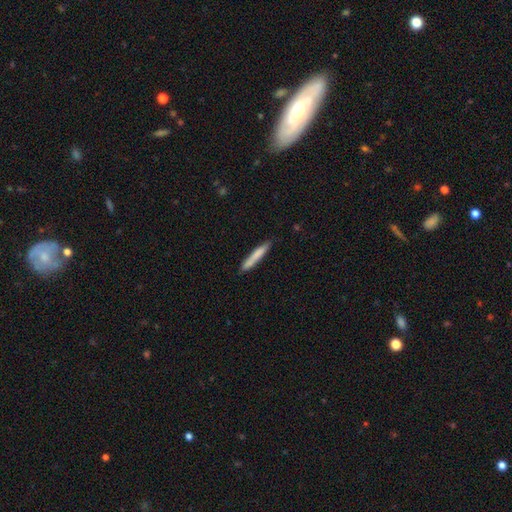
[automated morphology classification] type=smooth (77%); roundness=cigar-shaped (94%); merging=none (84%).